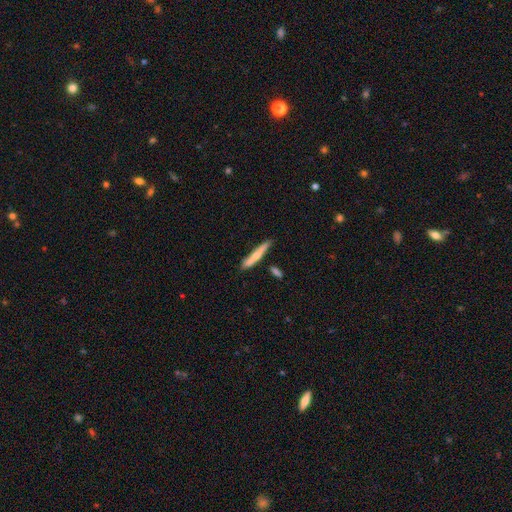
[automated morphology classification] smooth_or_featured: smooth (p=0.60) [alt: featured or disk p=0.35]
how_rounded: cigar-shaped (p=0.92) [alt: in between p=0.06]
merging: none (p=0.75) [alt: minor disturbance p=0.15]